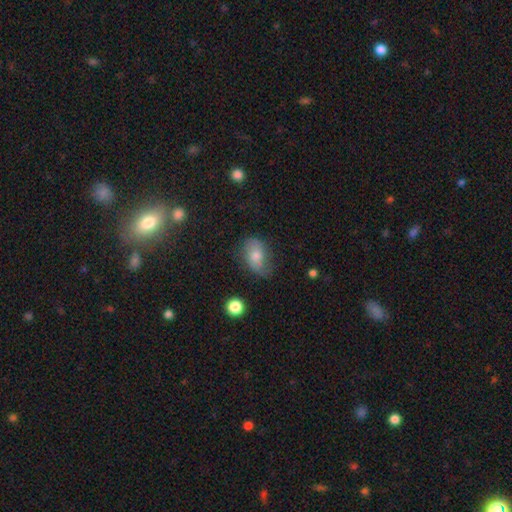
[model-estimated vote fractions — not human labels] Smooth or featured?
  - smooth: 57% *
  - featured or disk: 32%
  - star or artifact: 10%
How rounded?
  - in between: 83% *
  - round: 15%
  - cigar-shaped: 2%
Merging?
  - none: 62% *
  - minor disturbance: 26%
  - major disturbance: 10%
  - merger: 2%